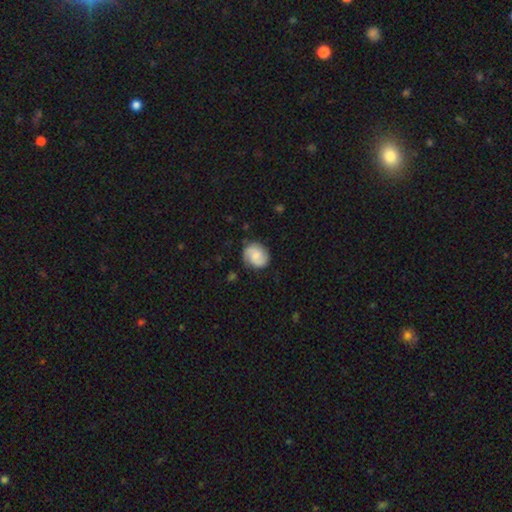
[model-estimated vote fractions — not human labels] smooth_or_featured: featured or disk (p=0.61) [alt: smooth p=0.32]
disk_edge_on: no (p=0.98) [alt: yes p=0.02]
bar: no (p=0.60) [alt: weak p=0.35]
has_spiral_arms: yes (p=0.94) [alt: no p=0.06]
spiral_winding: medium (p=0.43) [alt: tight p=0.38]
spiral_arm_count: 2 (p=0.81) [alt: can't tell p=0.07]
bulge_size: small (p=0.39) [alt: moderate p=0.31]
merging: none (p=0.77) [alt: minor disturbance p=0.17]